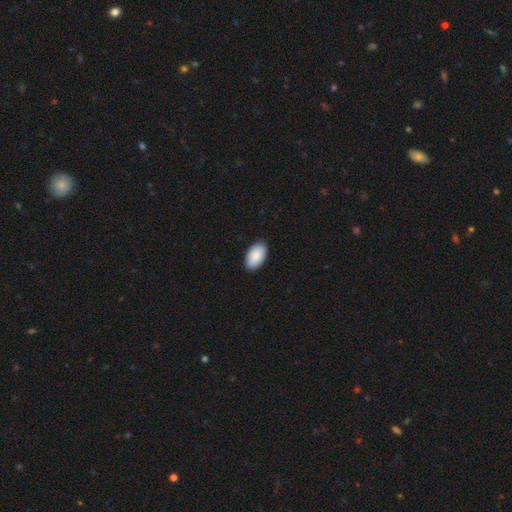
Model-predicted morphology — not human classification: Q: Smooth or featured?
A: smooth (89%); runner-up: star or artifact (6%)
Q: How rounded?
A: in between (95%); runner-up: round (3%)
Q: Merging?
A: none (89%); runner-up: minor disturbance (8%)